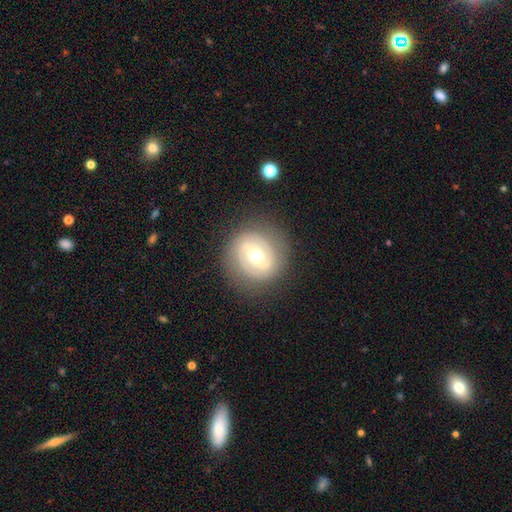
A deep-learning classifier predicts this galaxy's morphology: The model was most divided on "bar": no: 42%, weak: 41%, strong: 17%. More confident: edge-on disk — no (97%); spiral arms — yes (83%); merging — none (82%); smooth or featured — featured or disk (70%); spiral arm count — 2 (65%); spiral winding — tight (60%); bulge size — moderate (59%).